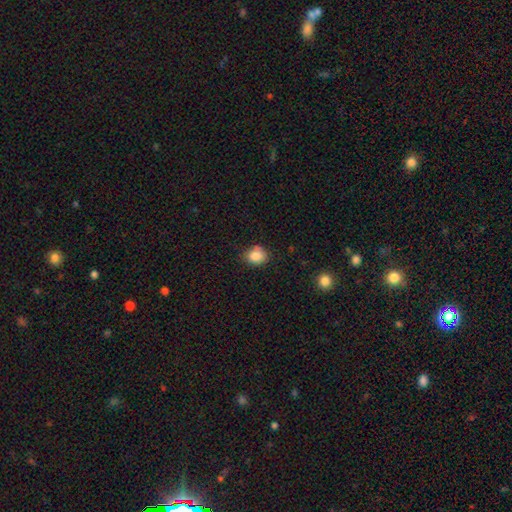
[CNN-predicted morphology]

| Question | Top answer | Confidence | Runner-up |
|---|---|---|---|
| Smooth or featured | smooth | 85% | star or artifact (10%) |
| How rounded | round | 62% | in between (37%) |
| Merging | none | 69% | minor disturbance (22%) |